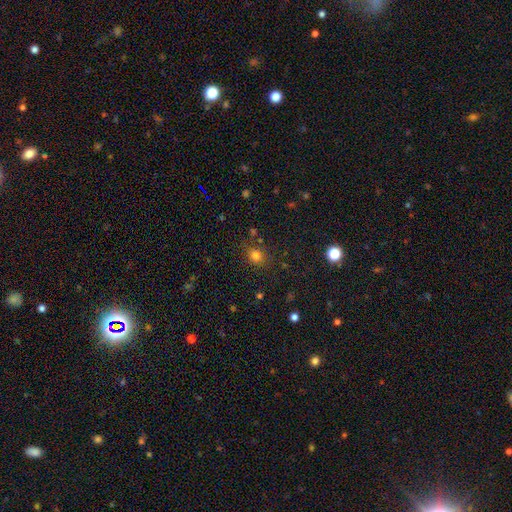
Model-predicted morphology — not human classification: smooth 77%, star or artifact 17%, featured or disk 6%. Down the decision tree: how rounded — round (70%); merging — none (79%).